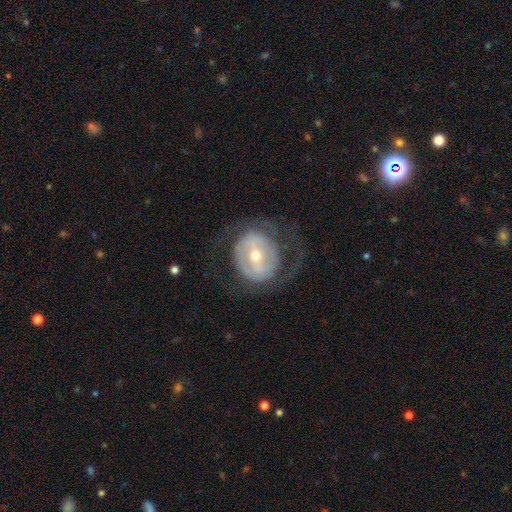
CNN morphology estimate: A featured or disk galaxy (69%) with a weak bar (40%), spiral arms (57%) and a small central bulge (51%).

Vote fractions:
- Smooth or featured? featured or disk: 69% / smooth: 24% / star or artifact: 7%
- Edge-on disk? no: 96% / yes: 4%
- Bar? weak: 40% / no: 31% / strong: 29%
- Spiral arms? yes: 57% / no: 43%
- Bulge size? small: 51% / moderate: 44% / large: 3% / none: 1% / dominant: 1%
- Merging? none: 60% / major disturbance: 23% / minor disturbance: 16% / merger: 1%